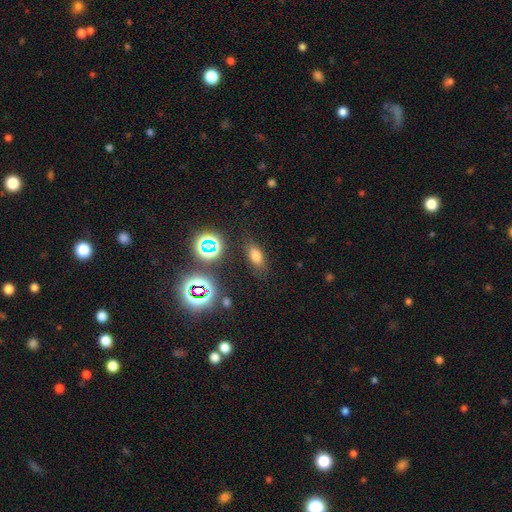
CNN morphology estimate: Smooth or featured?
  - smooth: 70% *
  - star or artifact: 21%
  - featured or disk: 9%
How rounded?
  - in between: 81% *
  - round: 11%
  - cigar-shaped: 8%
Merging?
  - none: 79% *
  - minor disturbance: 13%
  - major disturbance: 5%
  - merger: 3%